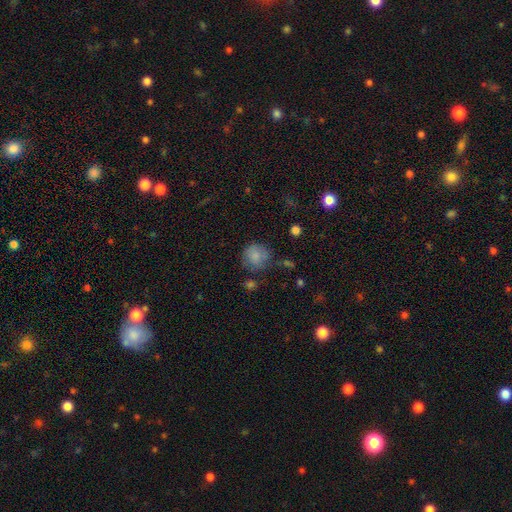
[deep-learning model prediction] The model was most divided on "merging": none: 64%, minor disturbance: 22%, major disturbance: 9%, merger: 5%. More confident: how rounded — round (87%); smooth or featured — smooth (80%).